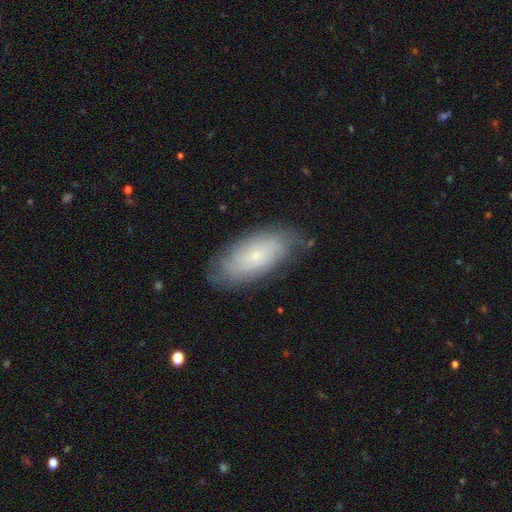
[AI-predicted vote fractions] Smooth or featured? featured or disk (51%)
Edge-on disk? no (88%)
Merging? none (76%)